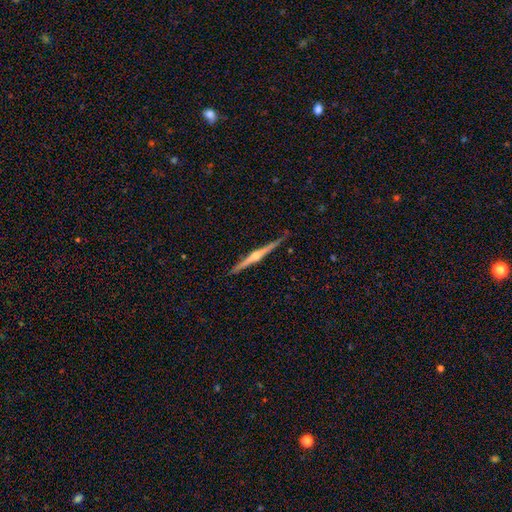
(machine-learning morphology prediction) Smooth or featured: featured or disk — 81% (smooth — 14%)
Edge-on disk: yes — 99% (no — 1%)
Edge-on bulge: rounded — 89% (none — 7%)
Merging: none — 87% (minor disturbance — 10%)